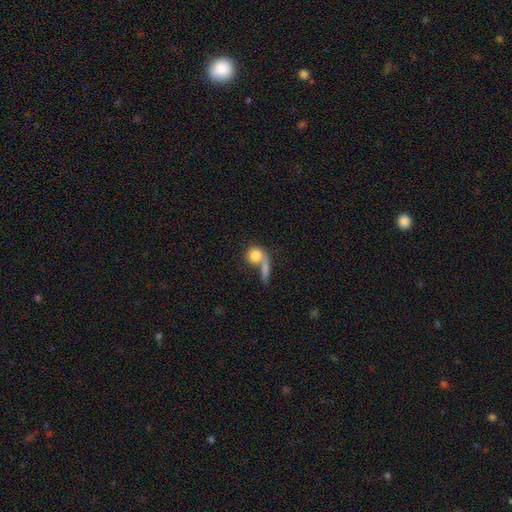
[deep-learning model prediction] smooth_or_featured: smooth (p=0.78) [alt: featured or disk p=0.14]
how_rounded: round (p=0.79) [alt: in between p=0.17]
merging: none (p=0.39) [tied with: merger p=0.39]